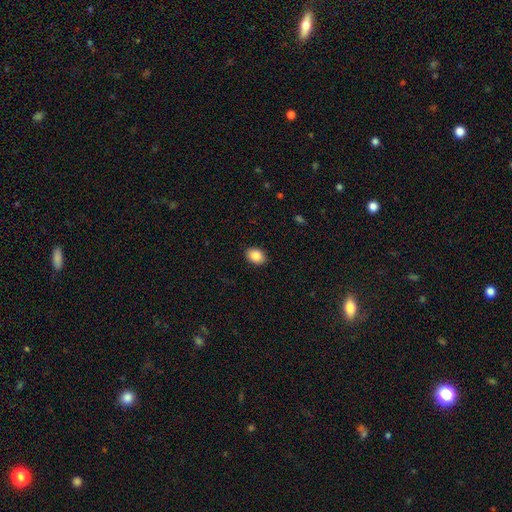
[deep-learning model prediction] Q: Smooth or featured?
A: smooth (88%); runner-up: star or artifact (8%)
Q: How rounded?
A: in between (72%); runner-up: round (27%)
Q: Merging?
A: none (90%); runner-up: minor disturbance (7%)